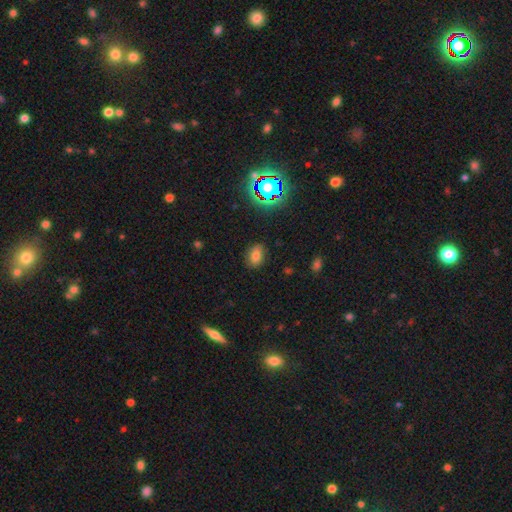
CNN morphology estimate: smooth_or_featured: smooth (p=0.73) [alt: star or artifact p=0.18]
how_rounded: in between (p=0.73) [alt: round p=0.25]
merging: none (p=0.80) [alt: minor disturbance p=0.14]